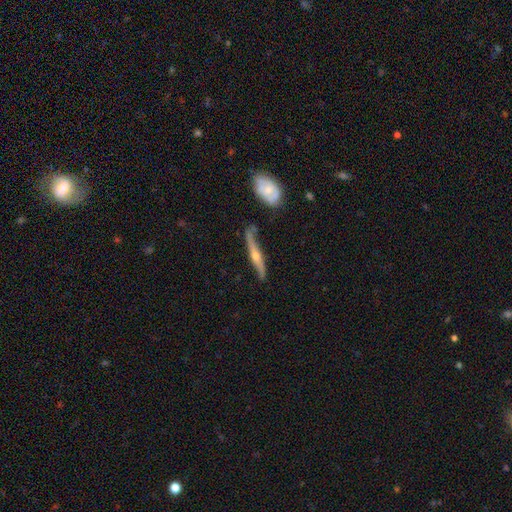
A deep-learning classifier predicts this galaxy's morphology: The model was most divided on "merging": none: 71%, minor disturbance: 20%, major disturbance: 6%, merger: 4%. More confident: edge-on bulge — rounded (90%); edge-on disk — yes (85%); smooth or featured — featured or disk (77%).